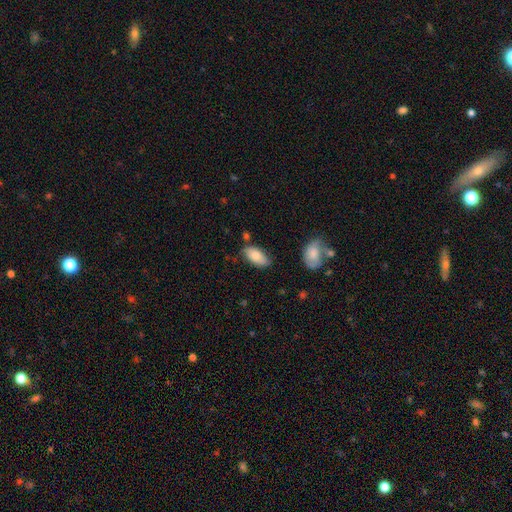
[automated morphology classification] Smooth or featured? smooth (80%)
How rounded? in between (92%)
Merging? none (71%)